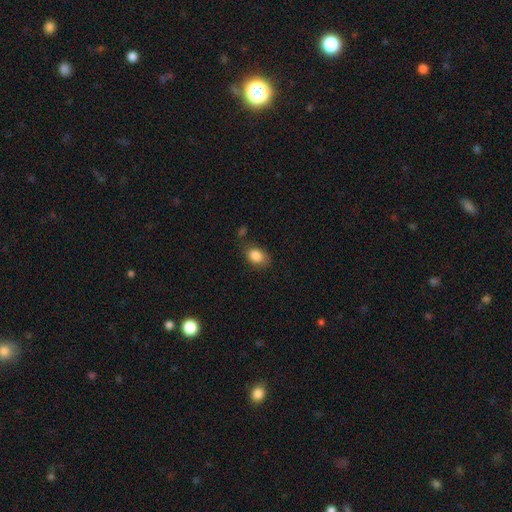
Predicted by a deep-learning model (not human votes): smooth_or_featured: smooth (p=0.86) [alt: star or artifact p=0.08]
how_rounded: in between (p=0.79) [alt: round p=0.20]
merging: none (p=0.72) [alt: minor disturbance p=0.19]